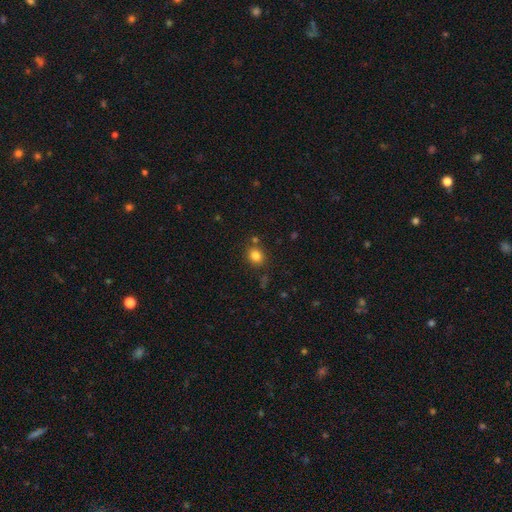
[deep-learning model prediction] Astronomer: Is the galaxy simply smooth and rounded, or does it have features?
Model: smooth — 82%.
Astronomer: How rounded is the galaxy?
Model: round — 72%.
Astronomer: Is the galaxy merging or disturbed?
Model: none — 79%.